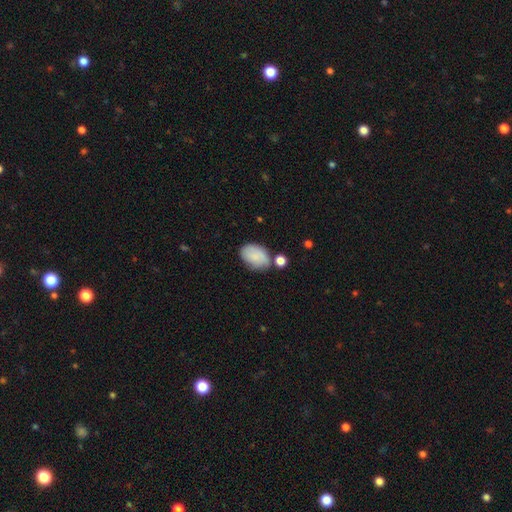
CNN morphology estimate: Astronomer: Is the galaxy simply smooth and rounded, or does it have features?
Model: smooth — 81%.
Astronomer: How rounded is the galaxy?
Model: in between — 87%.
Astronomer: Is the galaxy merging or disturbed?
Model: none — 58%.